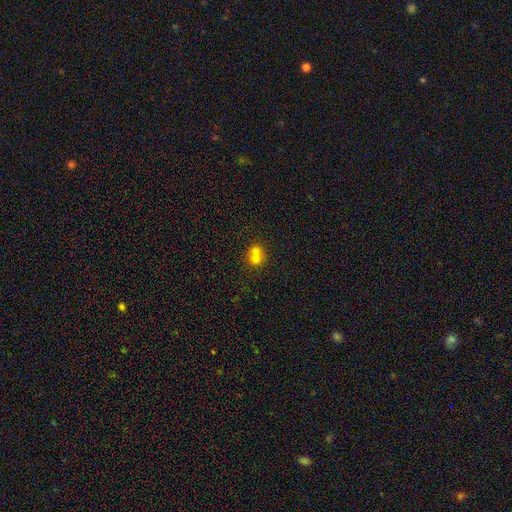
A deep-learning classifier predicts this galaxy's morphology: Q: Smooth or featured?
A: smooth (69%); runner-up: featured or disk (18%)
Q: How rounded?
A: round (81%); runner-up: in between (18%)
Q: Merging?
A: merger (63%); runner-up: none (30%)